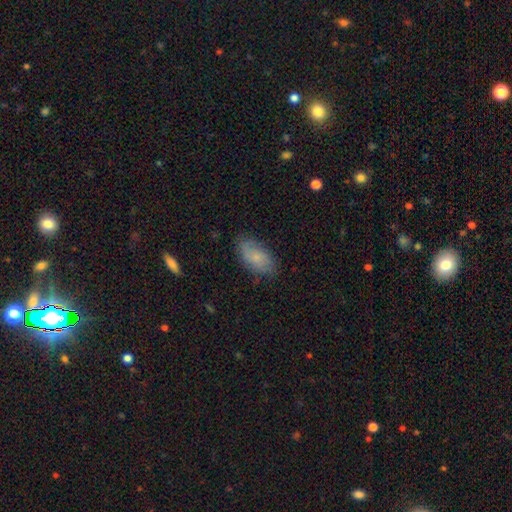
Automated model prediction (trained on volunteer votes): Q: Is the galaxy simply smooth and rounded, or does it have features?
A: smooth — 67%.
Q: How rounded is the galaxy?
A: in between — 92%.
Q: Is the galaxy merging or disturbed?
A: none — 75%.